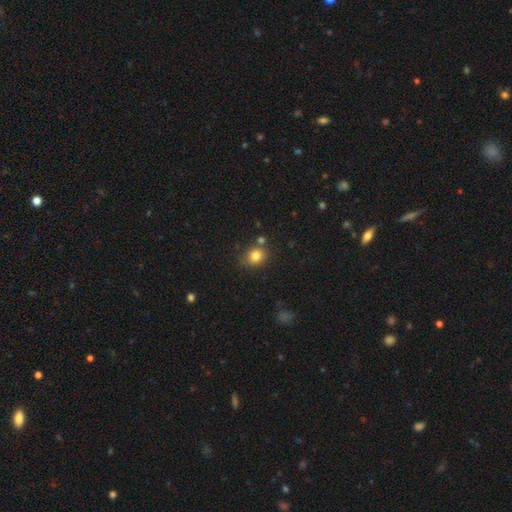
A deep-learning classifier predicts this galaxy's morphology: Smooth or featured: smooth — 81% (star or artifact — 11%)
How rounded: round — 74% (in between — 25%)
Merging: none — 72% (minor disturbance — 15%)